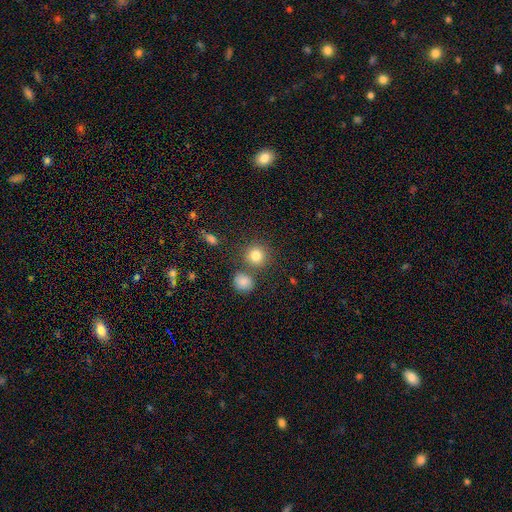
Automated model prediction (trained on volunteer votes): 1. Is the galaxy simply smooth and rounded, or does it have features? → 82% smooth, 12% star or artifact, 6% featured or disk.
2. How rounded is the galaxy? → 90% round, 9% in between, 1% cigar-shaped.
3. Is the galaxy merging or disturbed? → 75% none, 13% merger, 8% minor disturbance, 3% major disturbance.